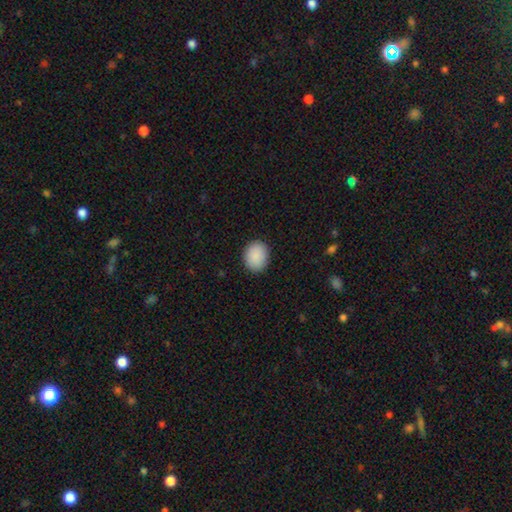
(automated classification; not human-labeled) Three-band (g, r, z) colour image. It shows a smooth galaxy with no disk features (90%) that is round (56%). Merging: none (89%).